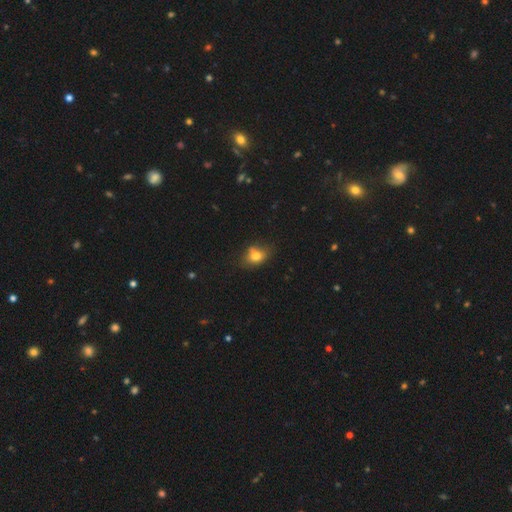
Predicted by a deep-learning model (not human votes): Smooth or featured?
  - smooth: 74% *
  - featured or disk: 15%
  - star or artifact: 11%
How rounded?
  - in between: 63% *
  - round: 35%
  - cigar-shaped: 2%
Merging?
  - none: 55% *
  - minor disturbance: 29%
  - major disturbance: 10%
  - merger: 6%